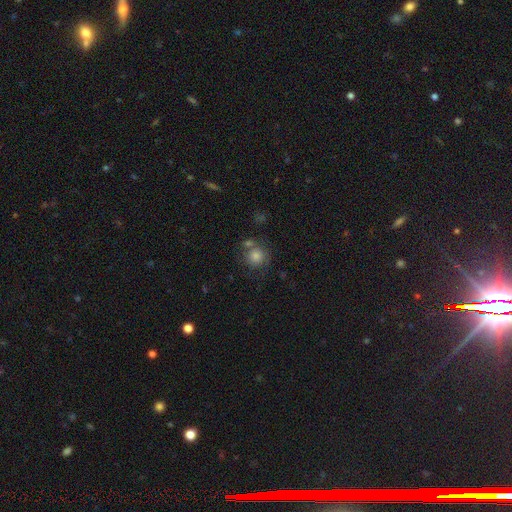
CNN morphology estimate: Smooth or featured: smooth — 76% (star or artifact — 14%)
How rounded: round — 92% (in between — 7%)
Merging: none — 67% (merger — 15%)